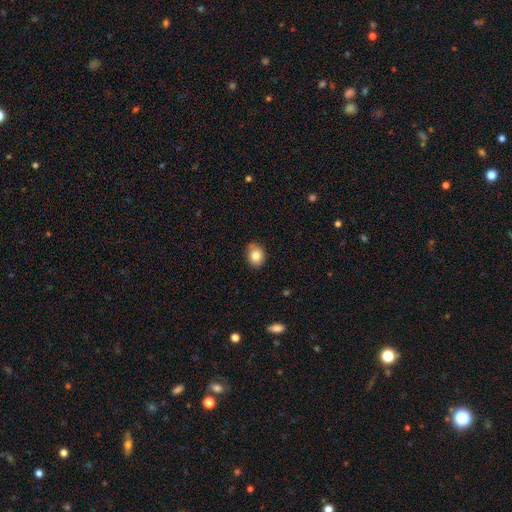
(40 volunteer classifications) A smooth galaxy with no disk features (80%) that is round (66%). Merging: none (82%).